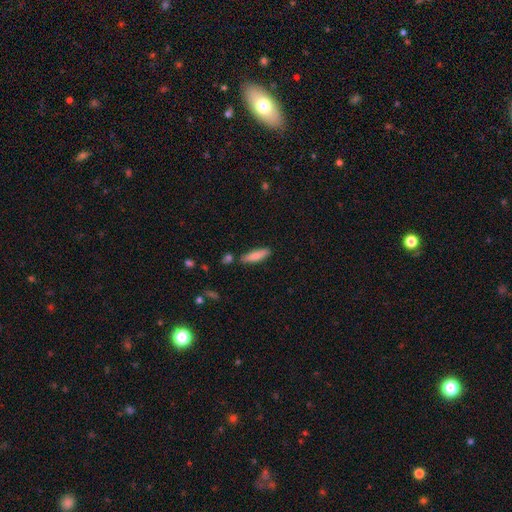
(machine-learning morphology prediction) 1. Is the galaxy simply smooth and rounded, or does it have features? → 79% smooth, 15% featured or disk, 6% star or artifact.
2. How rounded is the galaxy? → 63% cigar-shaped, 35% in between, 2% round.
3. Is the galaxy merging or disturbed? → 81% none, 11% minor disturbance, 5% merger, 2% major disturbance.